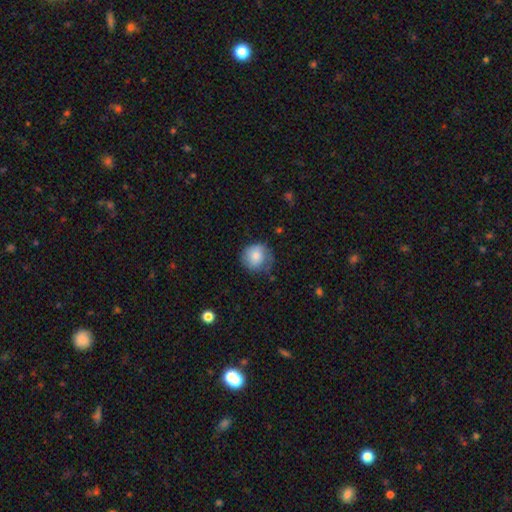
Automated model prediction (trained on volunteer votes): The model was most divided on "merging": none: 63%, minor disturbance: 27%, major disturbance: 9%, merger: 2%. More confident: how rounded — round (89%); smooth or featured — smooth (78%).